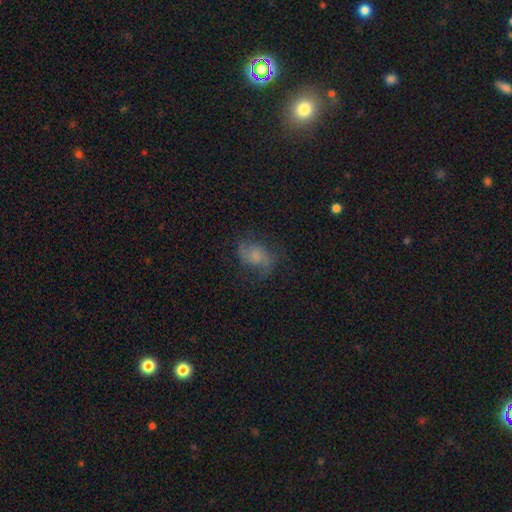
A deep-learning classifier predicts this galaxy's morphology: A featured or disk galaxy (53%) with no bar (65%), spiral arms (87%) and a small central bulge (40%).

Vote fractions:
- Smooth or featured? featured or disk: 53% / smooth: 35% / star or artifact: 12%
- Edge-on disk? no: 97% / yes: 3%
- Bar? no: 65% / weak: 29% / strong: 6%
- Spiral arms? yes: 87% / no: 13%
- Bulge size? small: 40% / none: 27% / moderate: 24% / large: 7% / dominant: 2%
- Merging? none: 60% / minor disturbance: 21% / major disturbance: 17% / merger: 2%